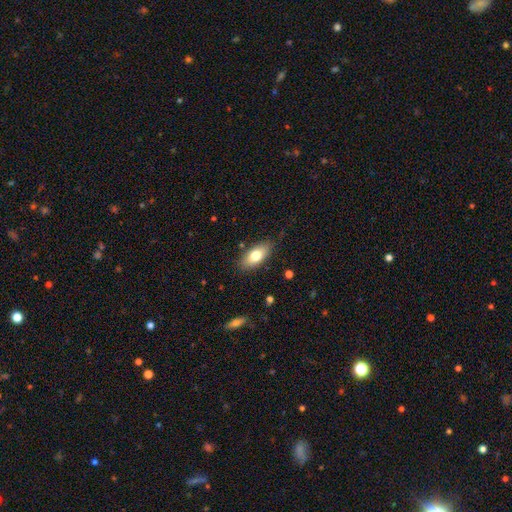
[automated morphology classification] smooth 75%, featured or disk 18%, star or artifact 7%. Down the decision tree: how rounded — in between (88%); merging — none (83%).